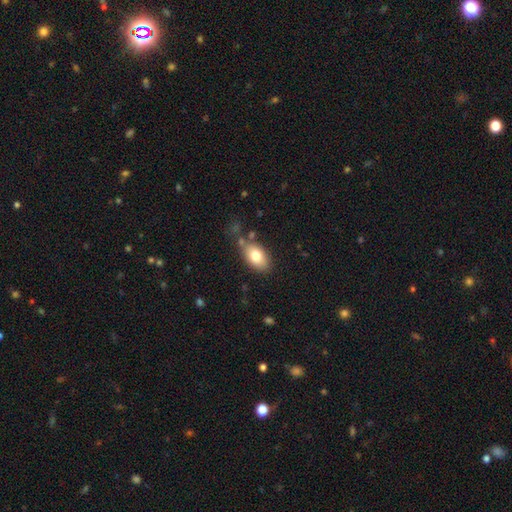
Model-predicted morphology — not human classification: This appears to be a smooth galaxy with no disk features (78%) that is in between round and cigar-shaped (90%). Merging: none (66%).